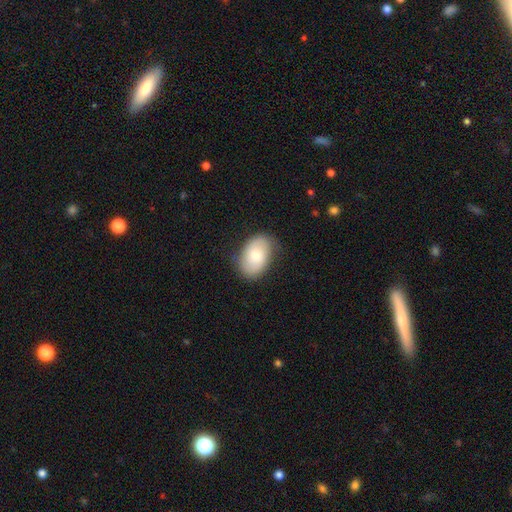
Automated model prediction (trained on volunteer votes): Overall: smooth (69%). How rounded: in between (86%). Merging: none (76%).